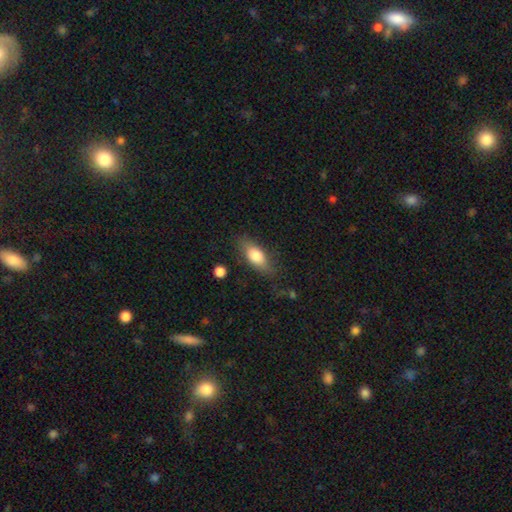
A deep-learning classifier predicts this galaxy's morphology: This appears to be a smooth galaxy with no disk features (75%) that is in between round and cigar-shaped (78%). Merging: none (74%).